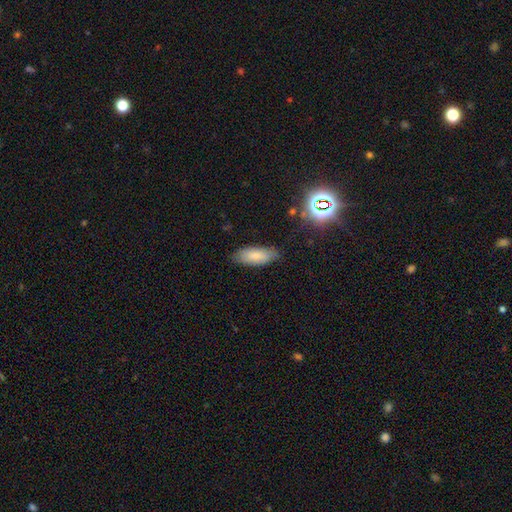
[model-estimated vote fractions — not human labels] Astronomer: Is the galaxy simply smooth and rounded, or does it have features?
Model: smooth — 80%.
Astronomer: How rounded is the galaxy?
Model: in between — 76%.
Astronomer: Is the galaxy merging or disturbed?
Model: none — 81%.